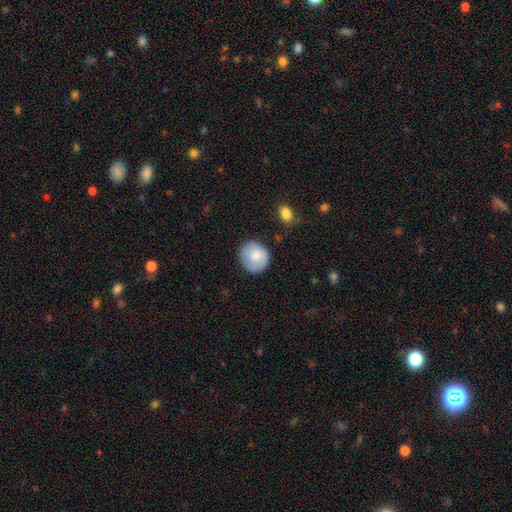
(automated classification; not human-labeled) smooth-or-featured: smooth: 71% | featured or disk: 22% | star or artifact: 6%
  how-rounded: round: 83% | in between: 16% | cigar-shaped: 1%
  merging: none: 76% | minor disturbance: 18% | major disturbance: 5% | merger: 2%